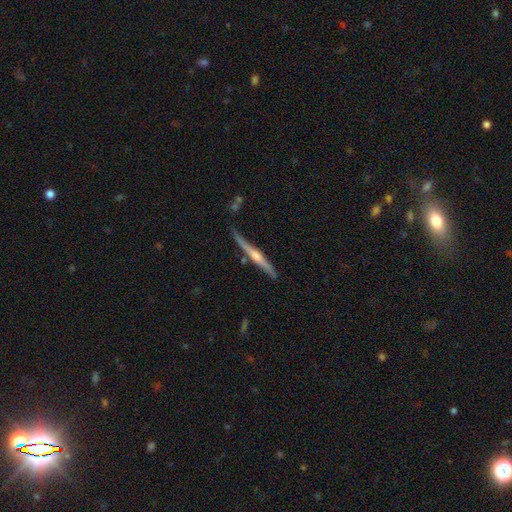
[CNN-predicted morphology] A featured or disk galaxy (79%) viewed edge-on (97%) with a rounded central bulge (84%). Merging: none (79%).